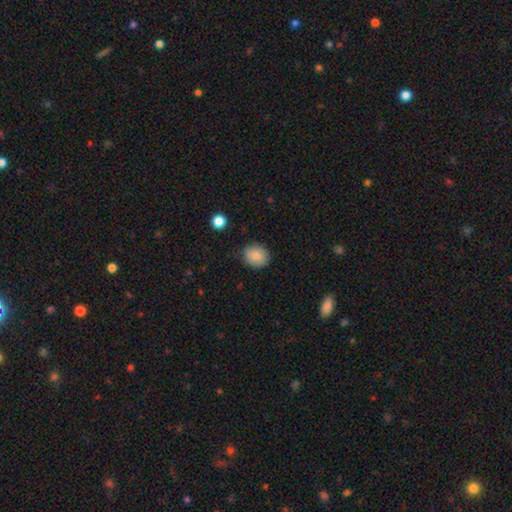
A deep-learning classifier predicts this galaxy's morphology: Overall: smooth (86%). How rounded: round (66%; in between 33%). Merging: none (81%).